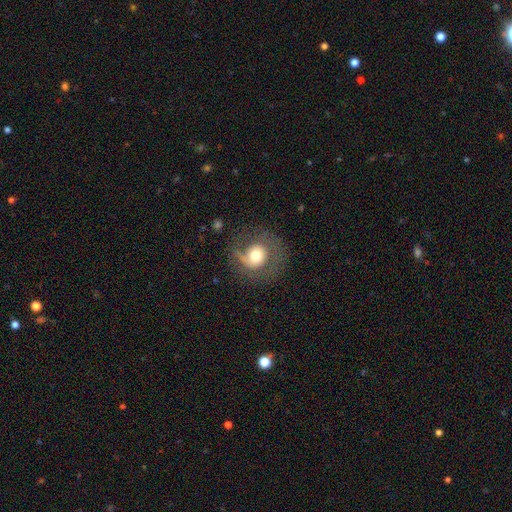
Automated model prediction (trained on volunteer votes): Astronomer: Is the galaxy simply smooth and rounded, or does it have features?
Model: featured or disk — 54% (runner-up: smooth, 36%).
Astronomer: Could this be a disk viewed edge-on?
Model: no — 97%.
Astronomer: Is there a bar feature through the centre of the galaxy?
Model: no — 72%.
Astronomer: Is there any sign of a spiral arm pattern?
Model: yes — 79%.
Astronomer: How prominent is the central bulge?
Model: moderate — 61%.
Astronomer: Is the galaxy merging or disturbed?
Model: none — 60%.